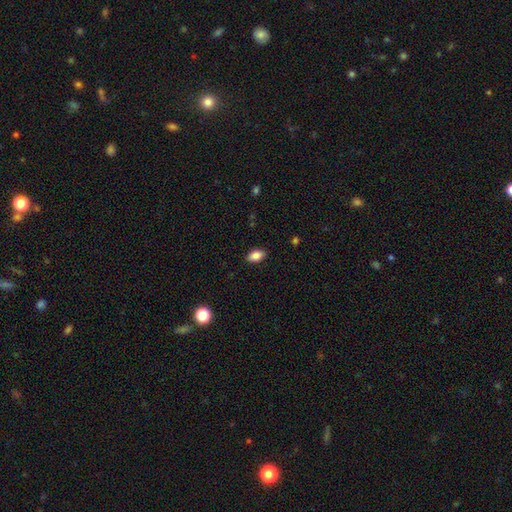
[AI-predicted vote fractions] A smooth galaxy with no disk features (85%) that is in between round and cigar-shaped (91%).

Vote fractions:
- Smooth or featured? smooth: 85% / star or artifact: 8% / featured or disk: 7%
- How rounded? in between: 91% / round: 6% / cigar-shaped: 4%
- Merging? none: 88% / minor disturbance: 9% / major disturbance: 2% / merger: 1%